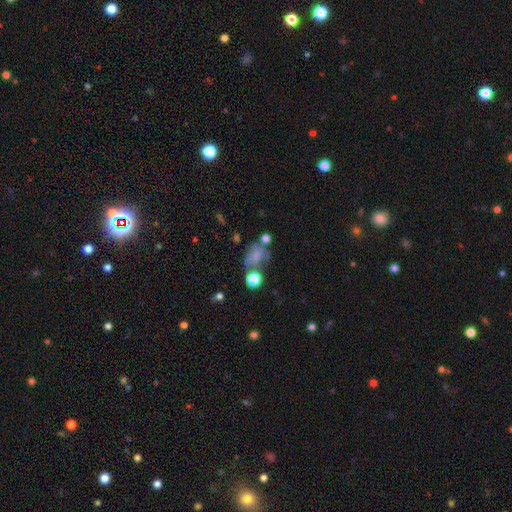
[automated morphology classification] A smooth galaxy with no disk features (57%) that is in between round and cigar-shaped (59%). Merging: none (33%).